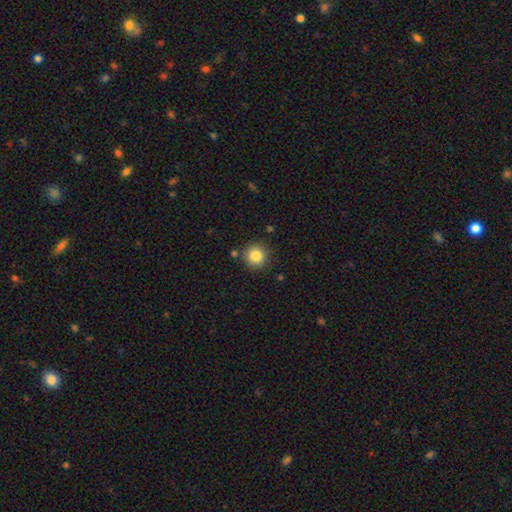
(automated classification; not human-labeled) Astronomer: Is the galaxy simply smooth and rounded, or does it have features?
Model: smooth — 85%.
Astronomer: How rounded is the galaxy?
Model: round — 94%.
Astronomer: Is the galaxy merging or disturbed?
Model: none — 87%.